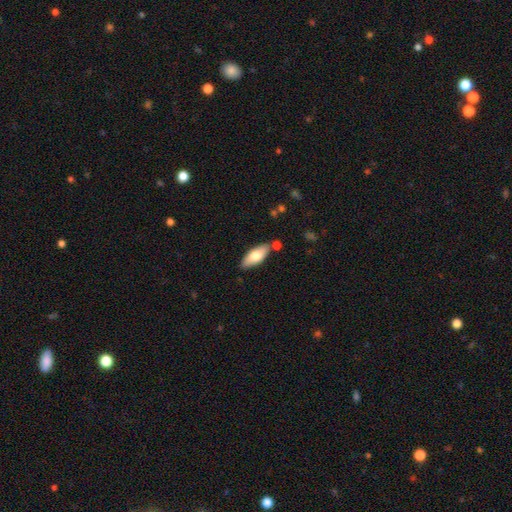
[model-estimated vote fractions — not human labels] The model was most divided on "smooth or featured": smooth: 71%, featured or disk: 23%, star or artifact: 6%. More confident: merging — none (78%); how rounded — in between (75%).